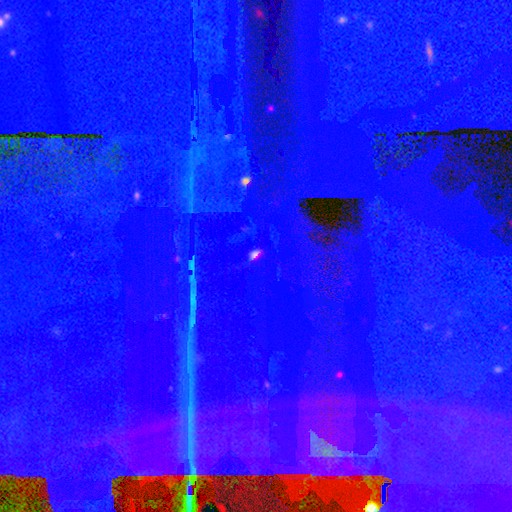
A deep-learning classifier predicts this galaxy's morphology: Smooth or featured: star or artifact — 89% (featured or disk — 6%)